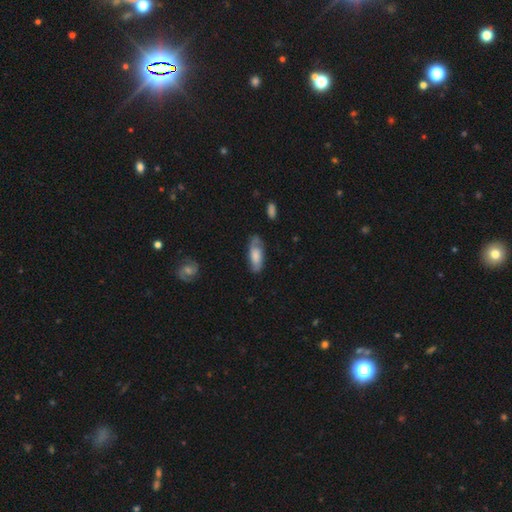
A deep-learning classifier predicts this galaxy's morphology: Smooth or featured: smooth — 53% (featured or disk — 41%)
How rounded: in between — 76% (cigar-shaped — 21%)
Merging: none — 73% (minor disturbance — 20%)